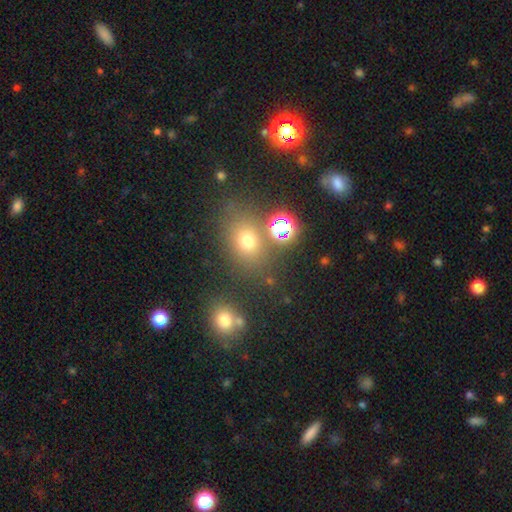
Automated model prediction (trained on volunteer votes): Smooth or featured? Predicted: smooth (p=0.54). How rounded? Predicted: round (p=0.55). Merging? Predicted: none (p=0.70).